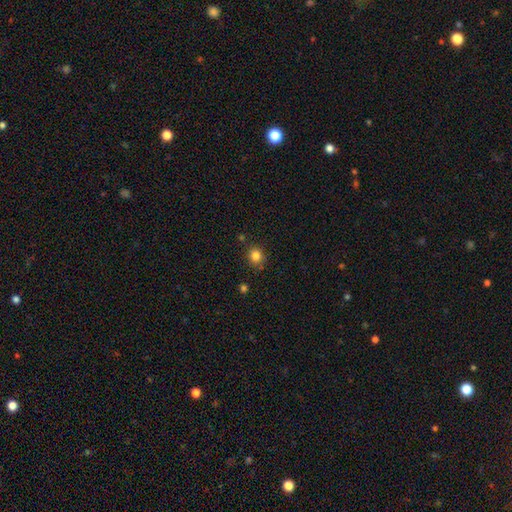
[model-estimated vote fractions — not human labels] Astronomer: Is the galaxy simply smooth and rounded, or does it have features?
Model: smooth — 83%.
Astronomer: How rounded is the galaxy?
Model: round — 82%.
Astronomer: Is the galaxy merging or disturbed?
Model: none — 83%.